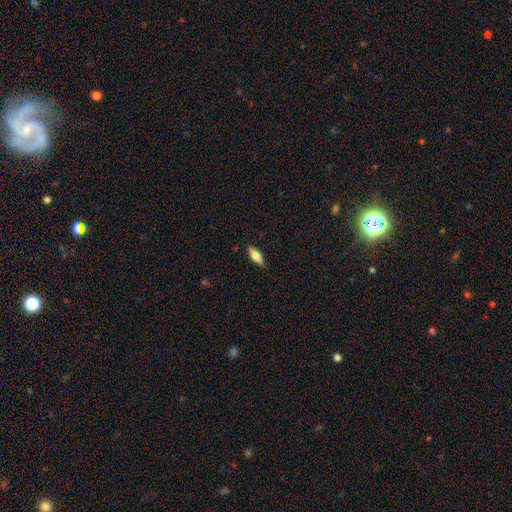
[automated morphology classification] Smooth or featured: smooth — 63% (featured or disk — 30%)
How rounded: in between — 61% (cigar-shaped — 36%)
Merging: none — 88% (minor disturbance — 9%)